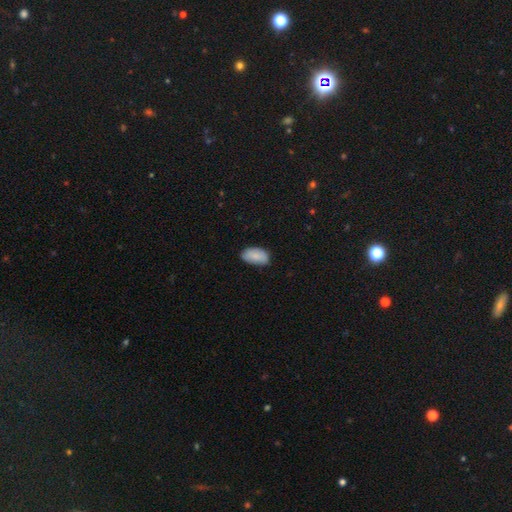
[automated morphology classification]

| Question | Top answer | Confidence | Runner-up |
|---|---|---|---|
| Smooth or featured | smooth | 84% | featured or disk (10%) |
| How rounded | in between | 94% | round (4%) |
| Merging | none | 74% | minor disturbance (21%) |